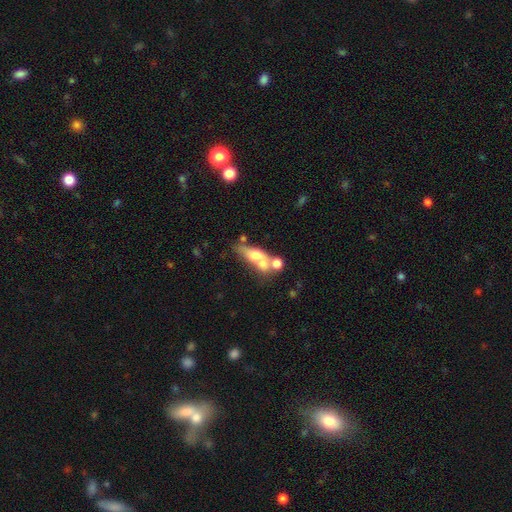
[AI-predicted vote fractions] smooth_or_featured: smooth (p=0.55) [alt: featured or disk p=0.35]
how_rounded: in between (p=0.58) [alt: cigar-shaped p=0.26]
merging: merger (p=0.52) [alt: none p=0.27]